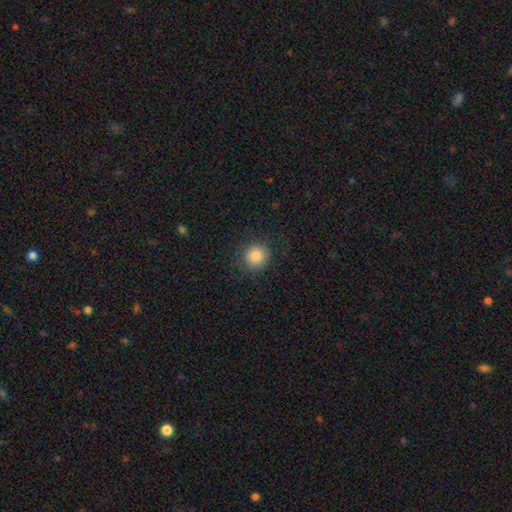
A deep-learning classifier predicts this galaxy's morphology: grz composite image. It shows a smooth galaxy with no disk features (84%) that is round (89%). Merging: none (86%).